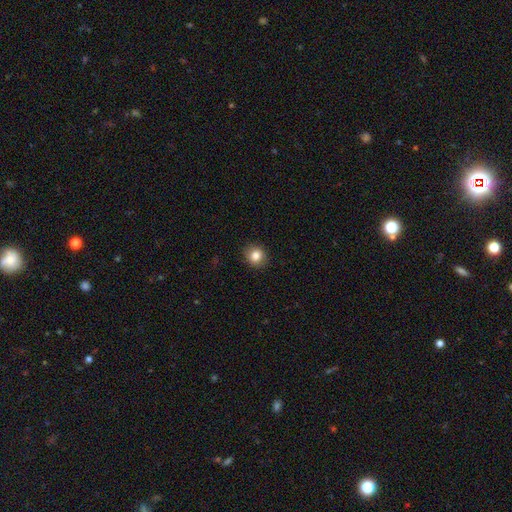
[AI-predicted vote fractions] smooth-or-featured: smooth: 83% | star or artifact: 10% | featured or disk: 7%
  how-rounded: round: 81% | in between: 18% | cigar-shaped: 1%
  merging: none: 90% | minor disturbance: 7% | major disturbance: 2% | merger: 1%